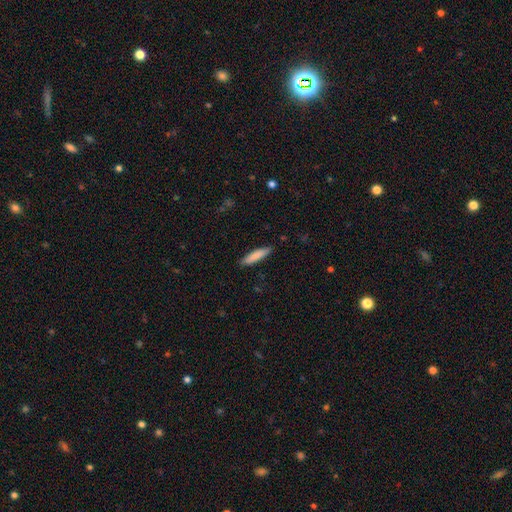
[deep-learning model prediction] smooth_or_featured: smooth (p=0.83) [alt: featured or disk p=0.11]
how_rounded: cigar-shaped (p=0.82) [alt: in between p=0.17]
merging: none (p=0.87) [alt: minor disturbance p=0.10]